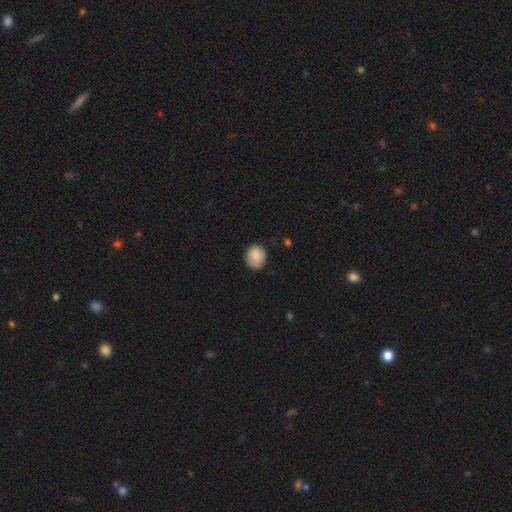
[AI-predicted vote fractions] This appears to be a smooth galaxy with no disk features (87%) that is round (72%). Merging: none (77%).